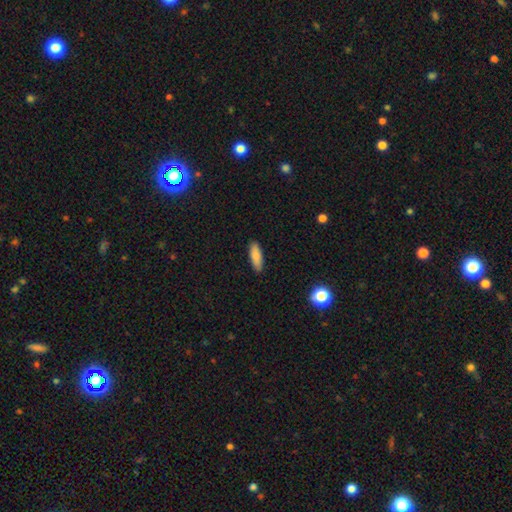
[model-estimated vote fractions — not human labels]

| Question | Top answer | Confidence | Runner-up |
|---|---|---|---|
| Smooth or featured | smooth | 87% | featured or disk (7%) |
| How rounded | in between | 58% | cigar-shaped (40%) |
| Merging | none | 89% | minor disturbance (8%) |